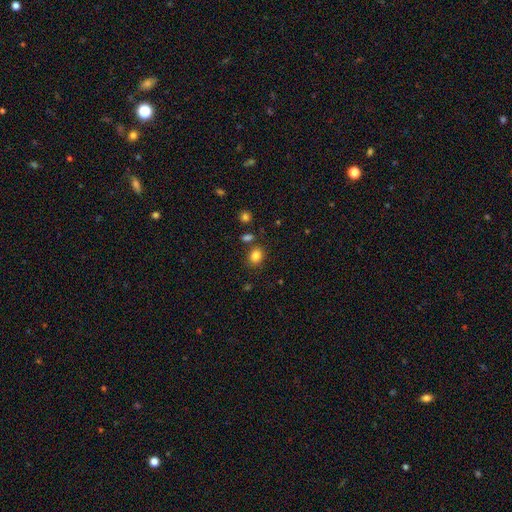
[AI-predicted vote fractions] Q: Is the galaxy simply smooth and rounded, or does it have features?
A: smooth — 83%.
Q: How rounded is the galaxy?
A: round — 52%.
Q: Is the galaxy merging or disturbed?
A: none — 78%.